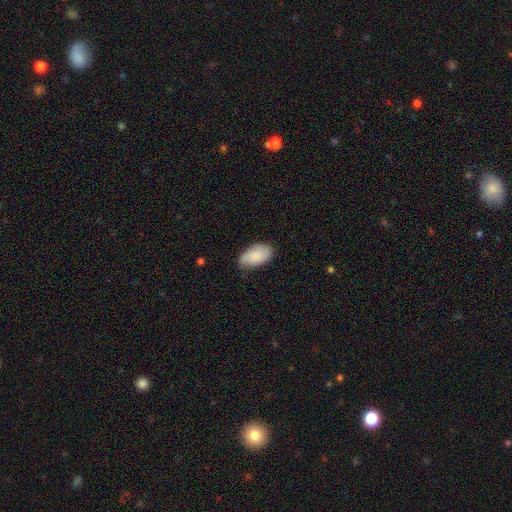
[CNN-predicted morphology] smooth 76%, featured or disk 17%, star or artifact 6%. Down the decision tree: how rounded — in between (95%); merging — none (66%).